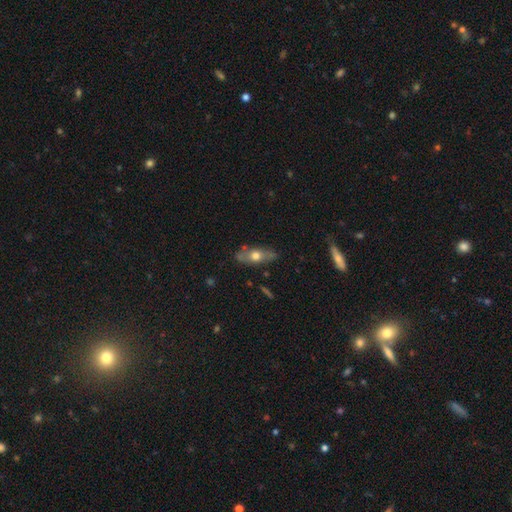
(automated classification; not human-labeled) A smooth galaxy with no disk features (50%) that is in between round and cigar-shaped (68%). Merging: none (79%).